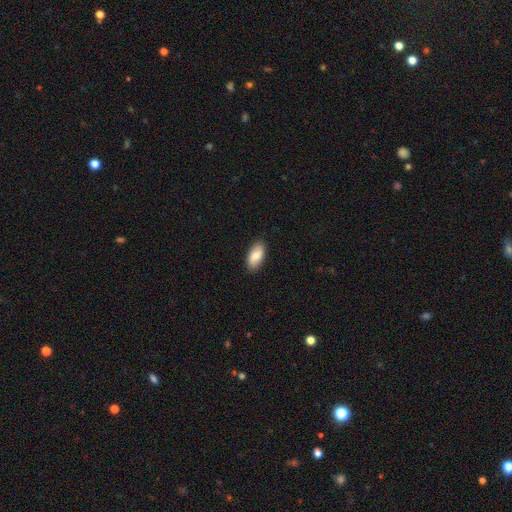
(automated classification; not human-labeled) Q: Smooth or featured?
A: smooth (78%); runner-up: featured or disk (16%)
Q: How rounded?
A: in between (93%); runner-up: cigar-shaped (5%)
Q: Merging?
A: none (87%); runner-up: minor disturbance (10%)